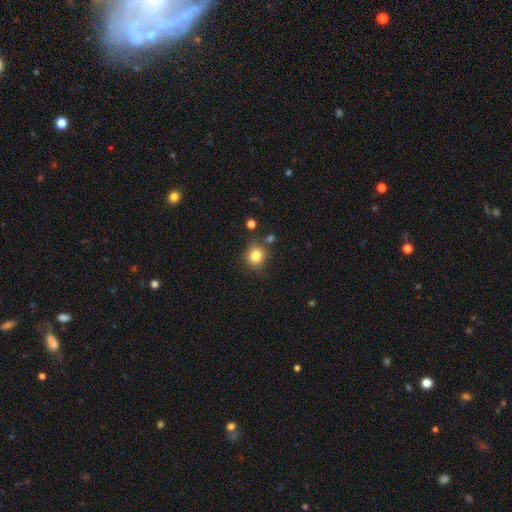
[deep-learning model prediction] Smooth or featured? Predicted: smooth (p=0.82). How rounded? Predicted: round (p=0.81). Merging? Predicted: none (p=0.78).